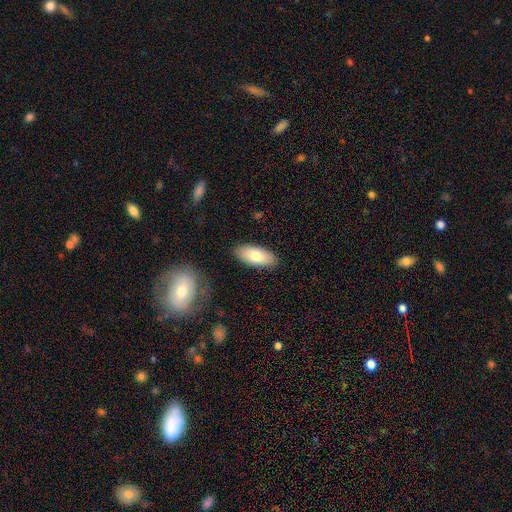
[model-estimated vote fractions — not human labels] A smooth galaxy with no disk features (76%) that is in between round and cigar-shaped (89%). Merging: none (86%).